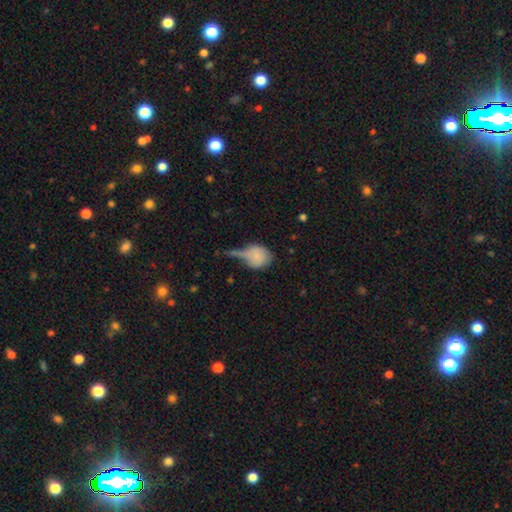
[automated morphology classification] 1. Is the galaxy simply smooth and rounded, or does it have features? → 76% smooth, 15% featured or disk, 9% star or artifact.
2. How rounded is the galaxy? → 64% round, 34% in between, 2% cigar-shaped.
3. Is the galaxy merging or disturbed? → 31% major disturbance, 29% minor disturbance, 25% none, 15% merger.